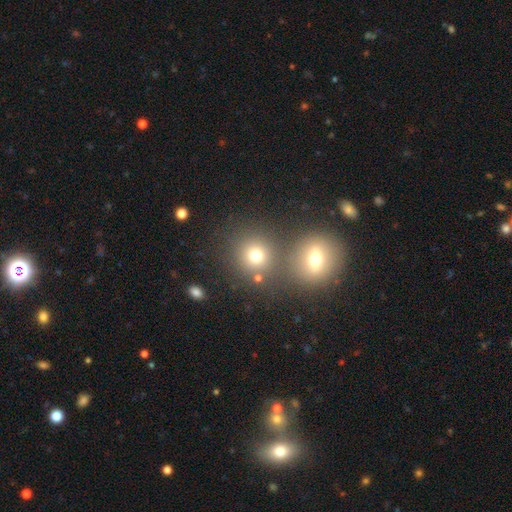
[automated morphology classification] Smooth or featured?
  - smooth: 74% *
  - star or artifact: 16%
  - featured or disk: 10%
How rounded?
  - round: 87% *
  - in between: 12%
  - cigar-shaped: 1%
Merging?
  - none: 66% *
  - merger: 23%
  - minor disturbance: 8%
  - major disturbance: 4%